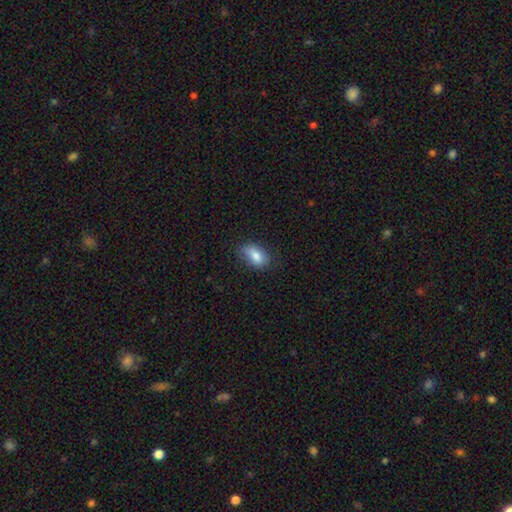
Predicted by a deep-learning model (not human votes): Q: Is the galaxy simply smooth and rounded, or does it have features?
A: smooth — 83%.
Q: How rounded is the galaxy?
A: in between — 89%.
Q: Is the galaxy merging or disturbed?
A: none — 73%.